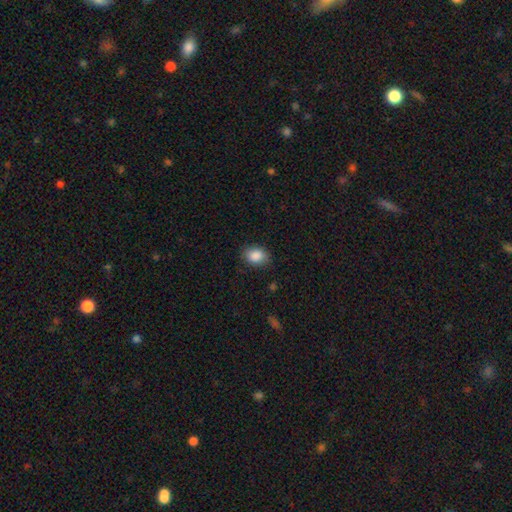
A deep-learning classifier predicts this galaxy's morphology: smooth 88%, star or artifact 8%, featured or disk 4%. Down the decision tree: how rounded — in between (69%); merging — none (83%).